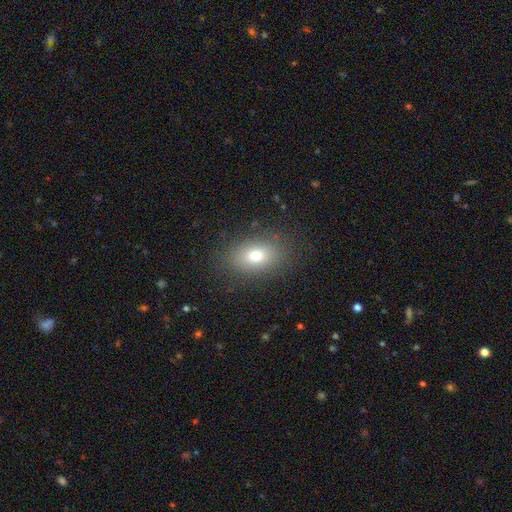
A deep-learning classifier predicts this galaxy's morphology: type=smooth (75%); roundness=in between (81%); merging=none (85%).